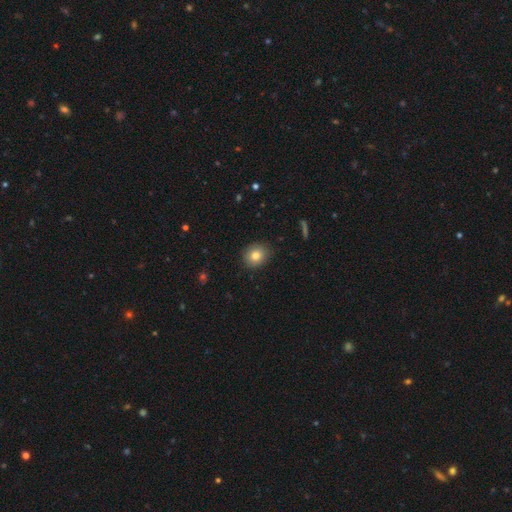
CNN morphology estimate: This appears to be a smooth galaxy with no disk features (80%) that is round (76%). Merging: none (89%).